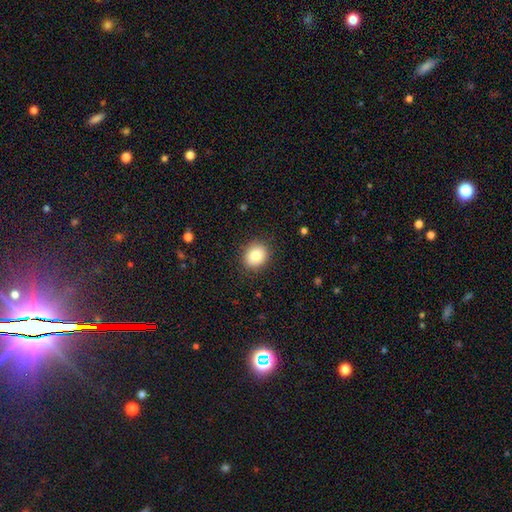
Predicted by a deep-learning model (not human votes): A smooth galaxy with no disk features (83%) that is round (69%).

Vote fractions:
- Smooth or featured? smooth: 83% / star or artifact: 9% / featured or disk: 8%
- How rounded? round: 69% / in between: 30% / cigar-shaped: 1%
- Merging? none: 89% / minor disturbance: 8% / major disturbance: 2% / merger: 1%